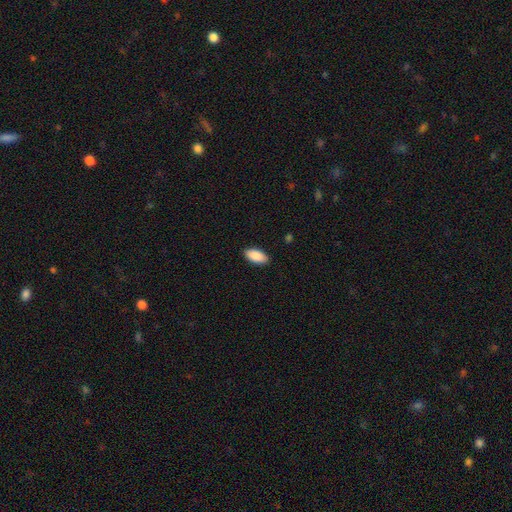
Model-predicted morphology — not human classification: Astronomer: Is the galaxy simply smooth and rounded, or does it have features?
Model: smooth — 90%.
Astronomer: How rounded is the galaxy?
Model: in between — 93%.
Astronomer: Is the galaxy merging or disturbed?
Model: none — 89%.